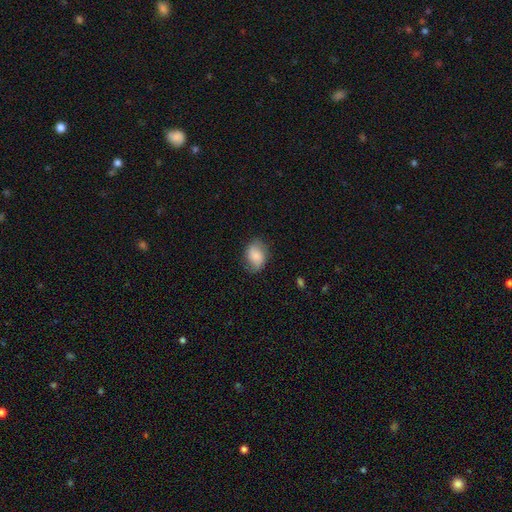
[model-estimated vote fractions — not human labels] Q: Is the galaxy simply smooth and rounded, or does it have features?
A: smooth — 72%.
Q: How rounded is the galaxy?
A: in between — 74%.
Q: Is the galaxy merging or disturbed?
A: none — 73%.